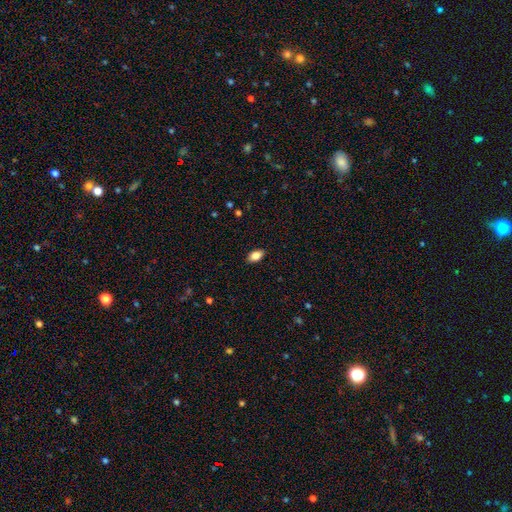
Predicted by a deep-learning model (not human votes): Smooth or featured? Predicted: smooth (p=0.85). How rounded? Predicted: in between (p=0.90). Merging? Predicted: none (p=0.88).